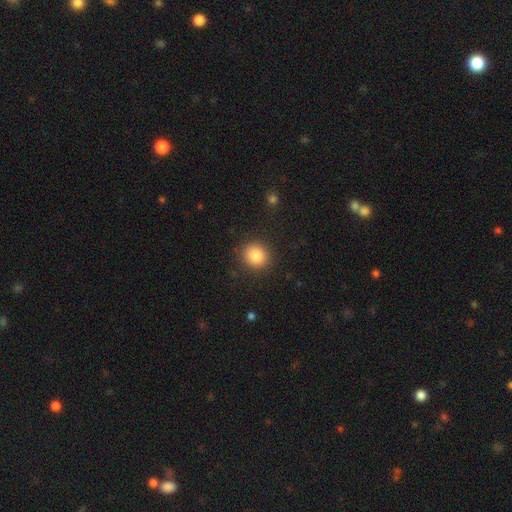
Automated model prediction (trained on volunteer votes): Smooth or featured? Predicted: smooth (p=0.84). How rounded? Predicted: round (p=0.87). Merging? Predicted: none (p=0.90).